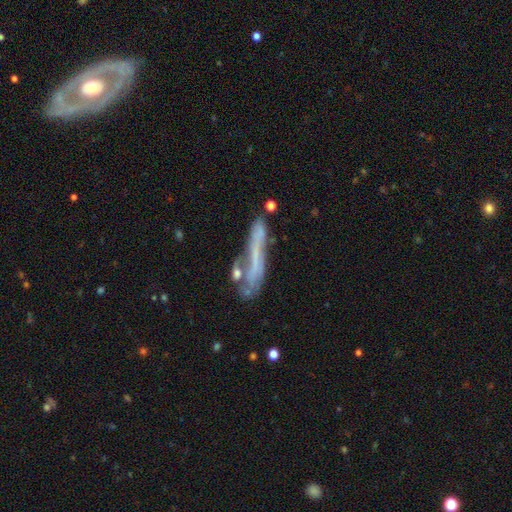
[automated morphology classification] The model was most divided on "smooth or featured": featured or disk: 50%, smooth: 39%, star or artifact: 11%. Remaining: merging — none (46%).